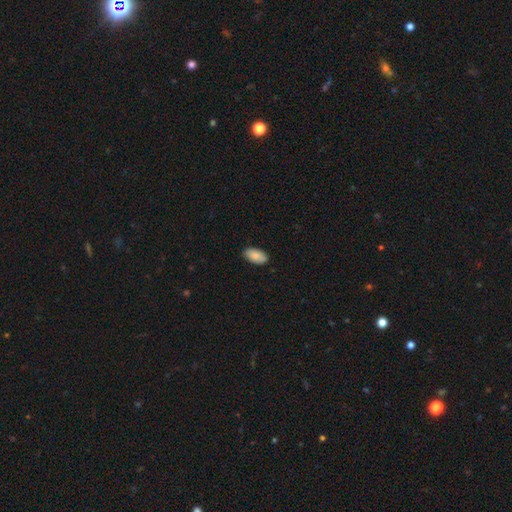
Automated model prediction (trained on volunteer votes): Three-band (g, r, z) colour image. It shows a smooth galaxy with no disk features (86%) that is in between round and cigar-shaped (95%). Merging: none (86%).